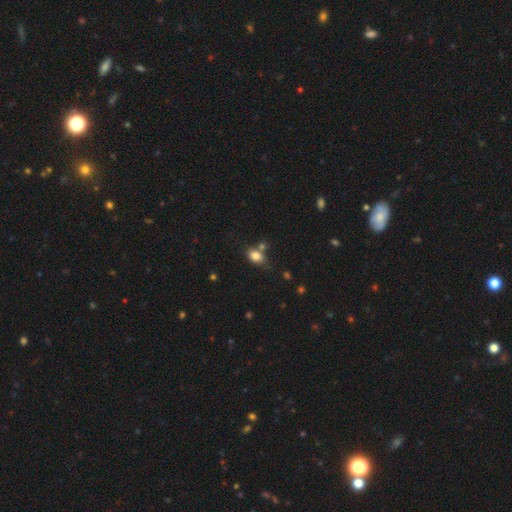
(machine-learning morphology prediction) Smooth or featured?
  - smooth: 82% *
  - star or artifact: 10%
  - featured or disk: 8%
How rounded?
  - in between: 78% *
  - round: 21%
  - cigar-shaped: 2%
Merging?
  - none: 58% *
  - merger: 20%
  - minor disturbance: 17%
  - major disturbance: 5%